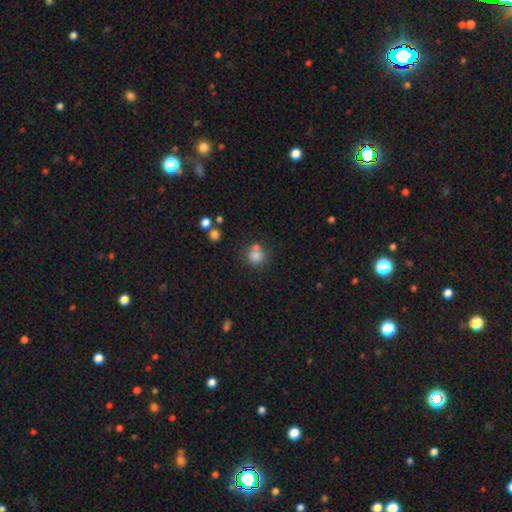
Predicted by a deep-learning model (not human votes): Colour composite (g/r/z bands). It shows a smooth galaxy with no disk features (80%) that is round (86%). Merging: none (58%).